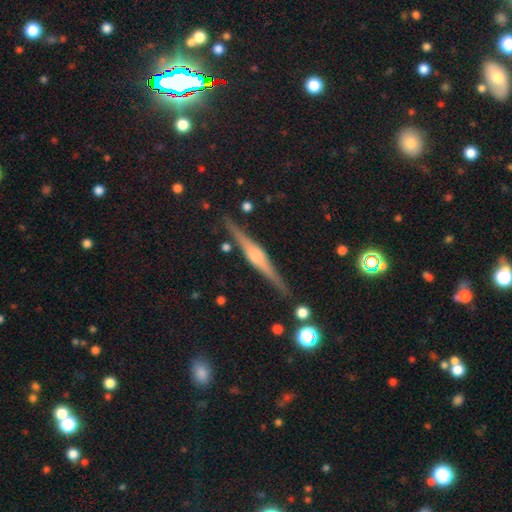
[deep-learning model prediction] A featured or disk galaxy (81%) viewed edge-on (98%) with a rounded central bulge (72%).

Vote fractions:
- Smooth or featured? featured or disk: 81% / smooth: 13% / star or artifact: 6%
- Edge-on disk? yes: 98% / no: 2%
- Edge-on bulge? rounded: 72% / boxy: 22% / none: 5%
- Merging? none: 88% / minor disturbance: 9% / major disturbance: 2% / merger: 2%